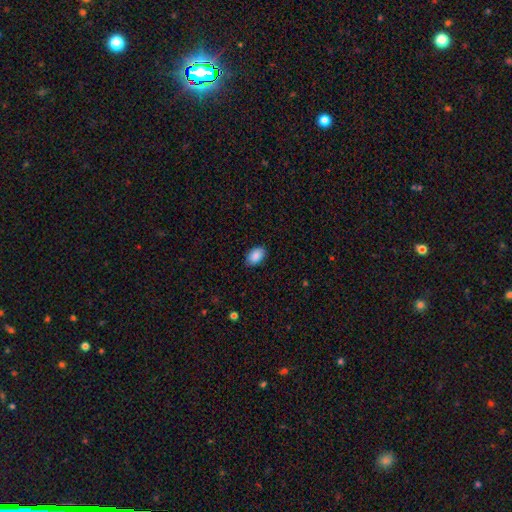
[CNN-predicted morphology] smooth-or-featured: smooth: 89% | star or artifact: 7% | featured or disk: 4%
  how-rounded: in between: 89% | round: 10% | cigar-shaped: 1%
  merging: none: 84% | minor disturbance: 12% | major disturbance: 2% | merger: 1%